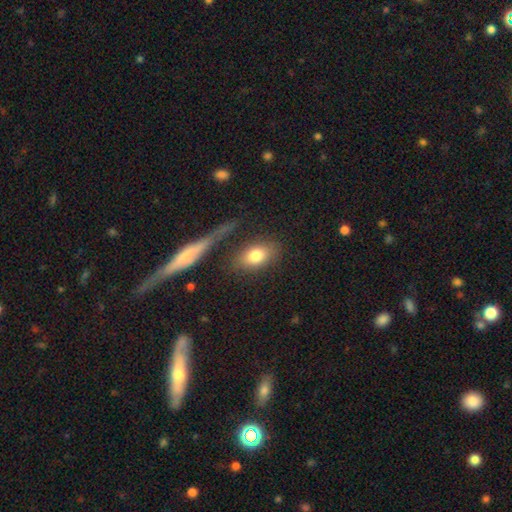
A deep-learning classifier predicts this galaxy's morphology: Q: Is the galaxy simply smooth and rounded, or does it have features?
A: smooth — 79%.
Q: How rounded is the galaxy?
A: in between — 77%.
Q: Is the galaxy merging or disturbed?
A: none — 73%.